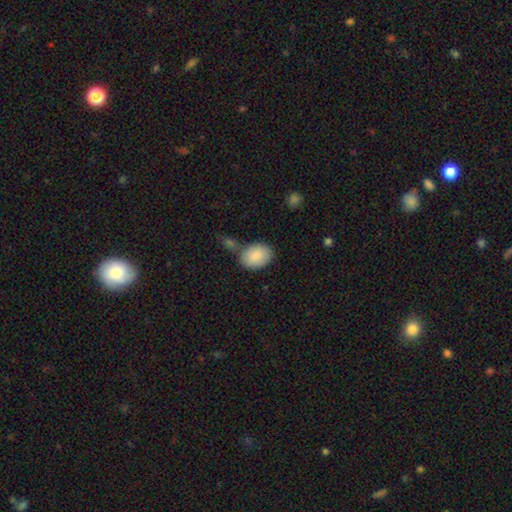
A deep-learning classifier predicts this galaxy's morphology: Q: Smooth or featured?
A: smooth (87%); runner-up: featured or disk (7%)
Q: How rounded?
A: in between (77%); runner-up: round (22%)
Q: Merging?
A: none (63%); runner-up: merger (17%)